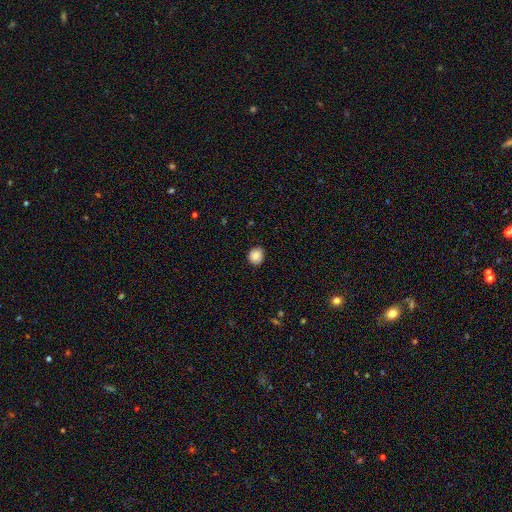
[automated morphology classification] A smooth galaxy with no disk features (86%) that is round (76%). Merging: none (89%).